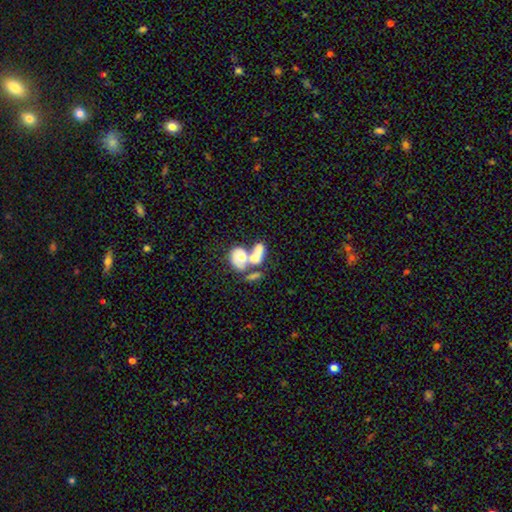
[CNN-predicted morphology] Smooth or featured? Predicted: smooth (p=0.54). How rounded? Predicted: in between (p=0.75). Merging? Predicted: merger (p=0.70).